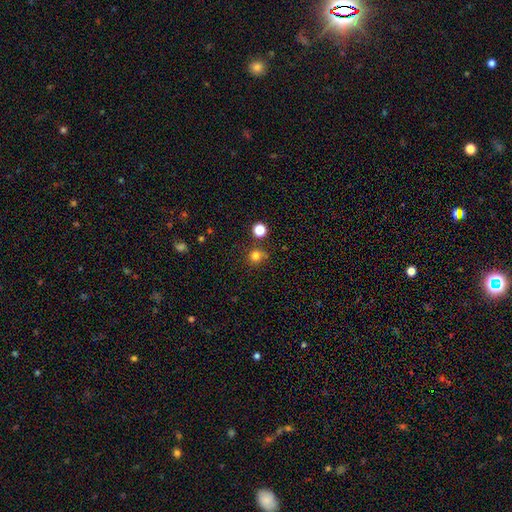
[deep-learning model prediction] smooth 78%, star or artifact 16%, featured or disk 6%. Down the decision tree: how rounded — round (91%); merging — none (75%).